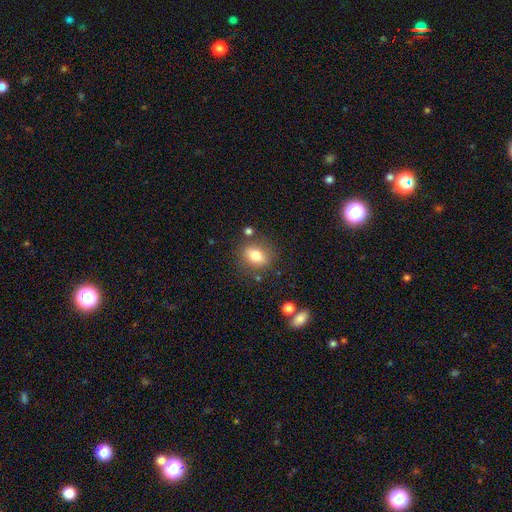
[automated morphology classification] Smooth or featured: smooth — 77% (featured or disk — 14%)
How rounded: in between — 66% (round — 31%)
Merging: none — 78% (minor disturbance — 13%)